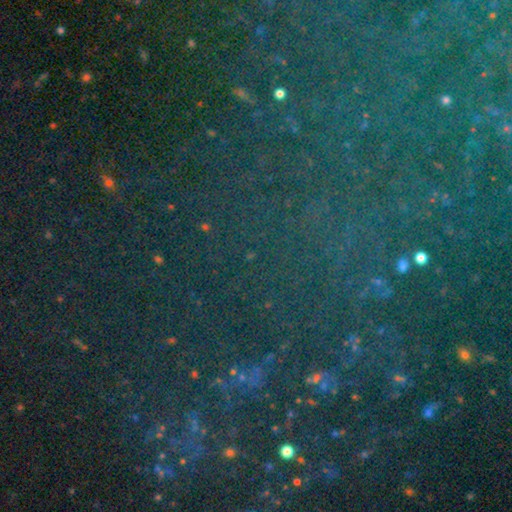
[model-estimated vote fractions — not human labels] smooth-or-featured: star or artifact: 80% | smooth: 12% | featured or disk: 8%